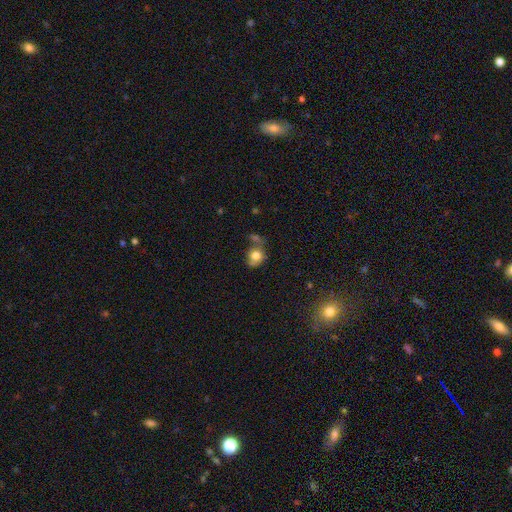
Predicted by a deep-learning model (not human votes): This is likely a smooth galaxy (77%). How rounded: likely round (66%). Merging: possibly none (47%).